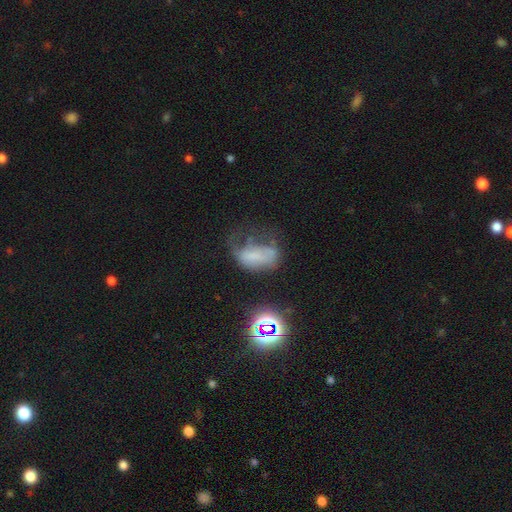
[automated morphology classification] smooth_or_featured: smooth (p=0.43) [alt: featured or disk p=0.35]
merging: major disturbance (p=0.48) [alt: minor disturbance p=0.24]